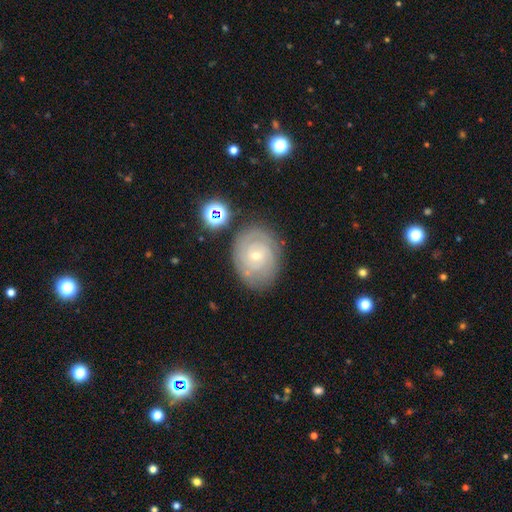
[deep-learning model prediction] featured or disk 74%, smooth 18%, star or artifact 8%. Down the decision tree: edge-on disk — no (97%); bar — no (74%); spiral arms — yes (89%); spiral arm count — can't tell (39%); spiral winding — tight (77%); bulge size — small (74%); merging — none (78%).